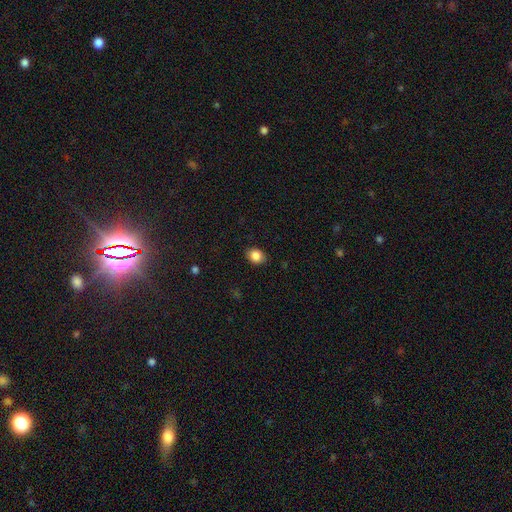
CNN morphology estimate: smooth 86%, star or artifact 9%, featured or disk 5%. Down the decision tree: how rounded — in between (56%); merging — none (86%).